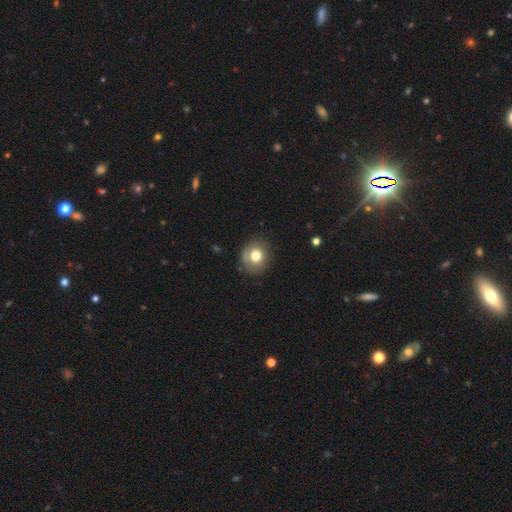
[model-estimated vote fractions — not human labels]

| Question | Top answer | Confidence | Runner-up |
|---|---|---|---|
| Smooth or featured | smooth | 74% | featured or disk (17%) |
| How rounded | round | 78% | in between (22%) |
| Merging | none | 78% | minor disturbance (16%) |